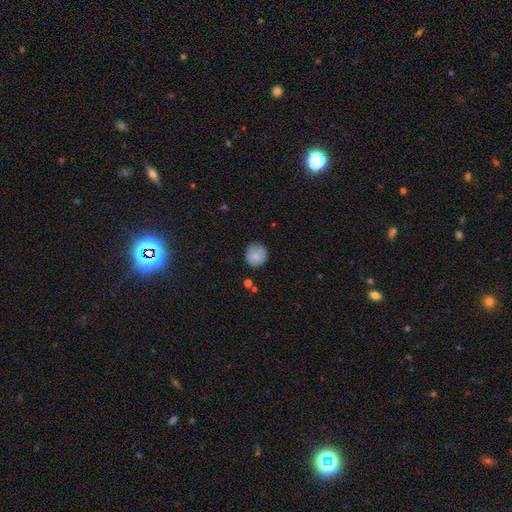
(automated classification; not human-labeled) A smooth galaxy with no disk features (81%) that is round (87%).

Vote fractions:
- Smooth or featured? smooth: 81% / featured or disk: 11% / star or artifact: 8%
- How rounded? round: 87% / in between: 12% / cigar-shaped: 1%
- Merging? none: 81% / minor disturbance: 14% / major disturbance: 3% / merger: 2%